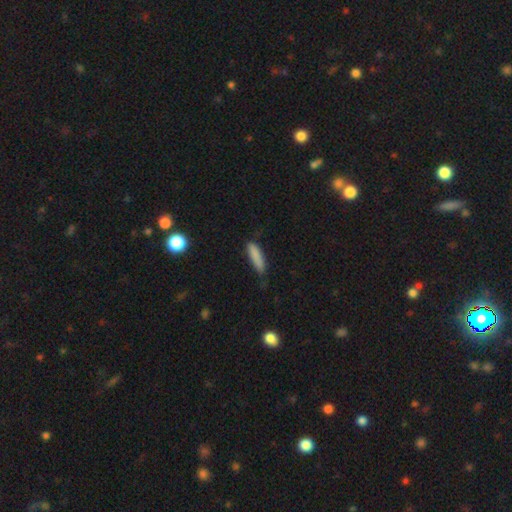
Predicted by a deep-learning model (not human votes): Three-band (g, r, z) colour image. It shows a smooth galaxy with no disk features (85%) that is cigar-shaped (70%). Merging: none (65%).